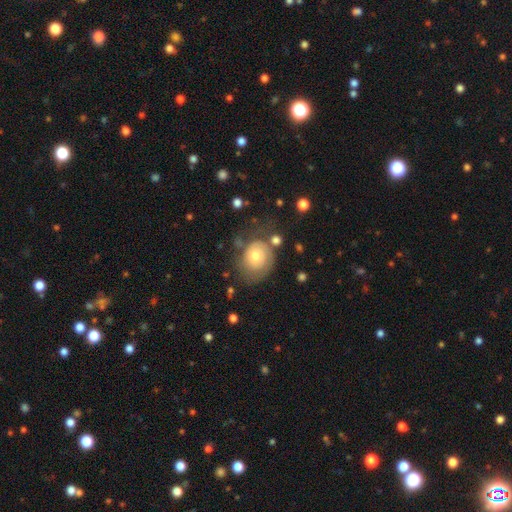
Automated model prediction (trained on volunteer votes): Overall: smooth (60%; featured or disk 30%). How rounded: round (64%; in between 35%). Merging: none (49%; minor disturbance 25%).